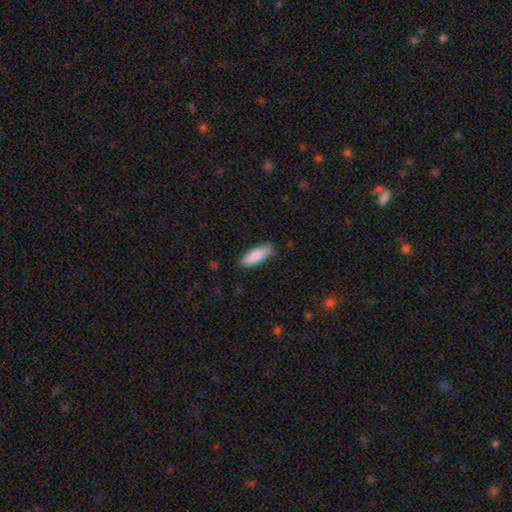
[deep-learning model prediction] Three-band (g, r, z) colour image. It shows a smooth galaxy with no disk features (86%) that is in between round and cigar-shaped (67%). Merging: none (79%).